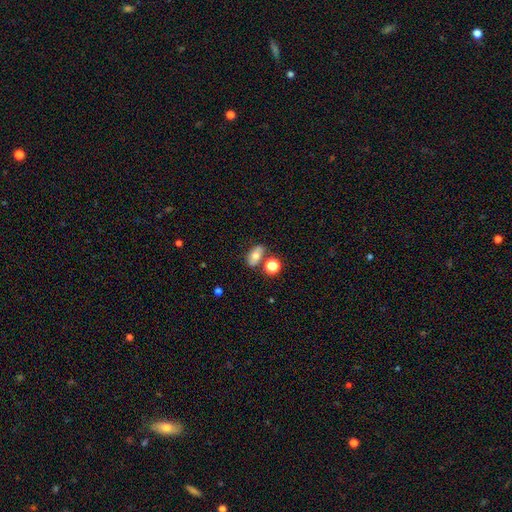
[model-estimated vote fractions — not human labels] Smooth or featured: smooth — 67% (featured or disk — 22%)
How rounded: in between — 82% (round — 15%)
Merging: none — 66% (merger — 16%)